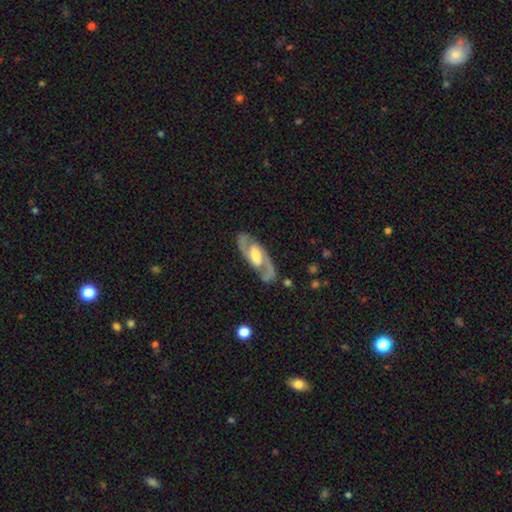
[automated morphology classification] The model was most divided on "bar": weak: 45%, strong: 30%, no: 25%. More confident: spiral arms — yes (96%); edge-on disk — no (94%); spiral arm count — 2 (93%); smooth or featured — featured or disk (88%); merging — none (84%); spiral winding — medium (58%); bulge size — moderate (55%).